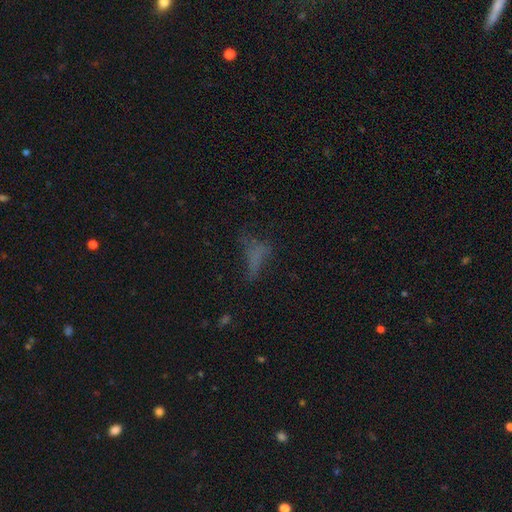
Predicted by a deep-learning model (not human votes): smooth 45%, featured or disk 28%, star or artifact 27%. Down the decision tree: merging — none (42%).